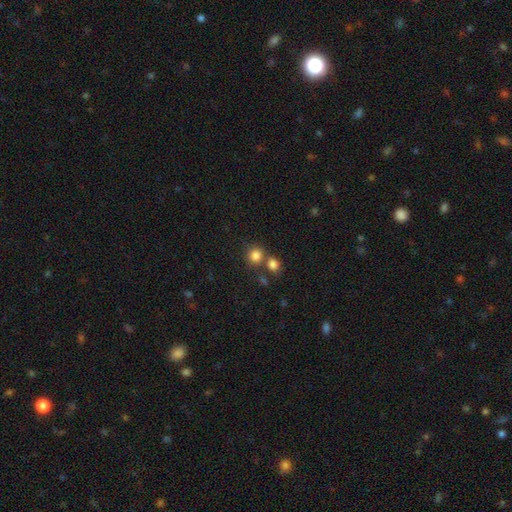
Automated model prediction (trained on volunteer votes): This is clearly a smooth galaxy (82%). How rounded: clearly round (86%). Merging: likely none (61%).